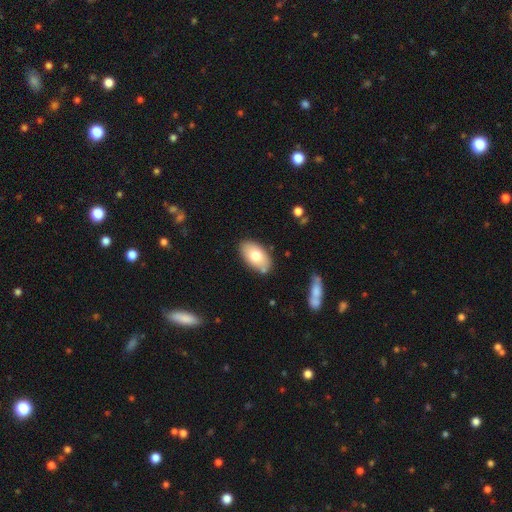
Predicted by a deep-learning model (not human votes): Smooth or featured? smooth (73%)
How rounded? in between (94%)
Merging? none (81%)